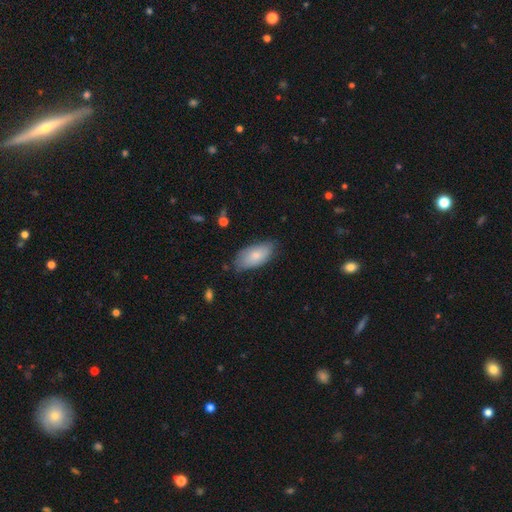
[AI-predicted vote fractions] The model was most divided on "merging": none: 68%, minor disturbance: 26%, major disturbance: 4%, merger: 2%. More confident: how rounded — in between (92%); smooth or featured — smooth (76%).